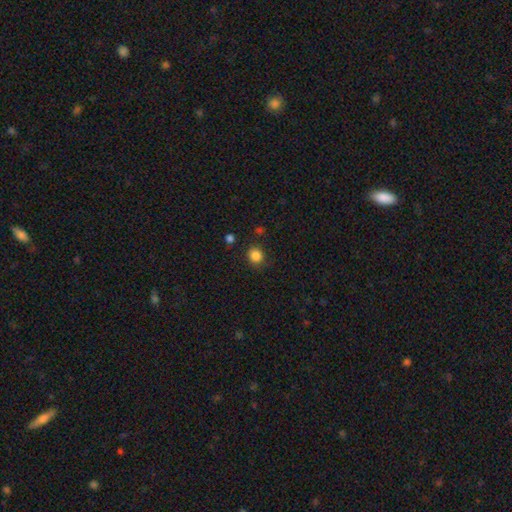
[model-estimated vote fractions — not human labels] This appears to be a smooth galaxy with no disk features (84%) that is round (81%). Merging: none (82%).